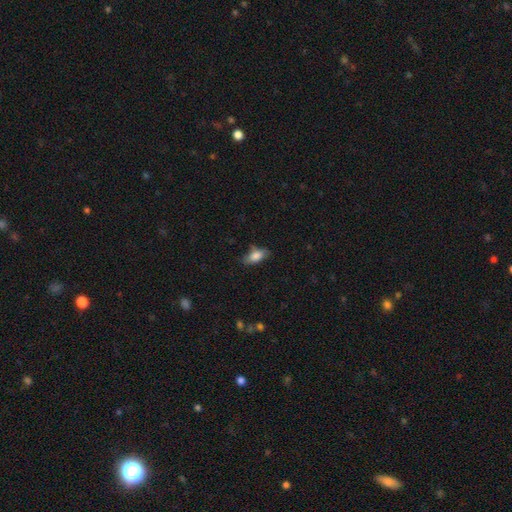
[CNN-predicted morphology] This appears to be a smooth galaxy with no disk features (79%) that is in between round and cigar-shaped (84%). Merging: none (68%).